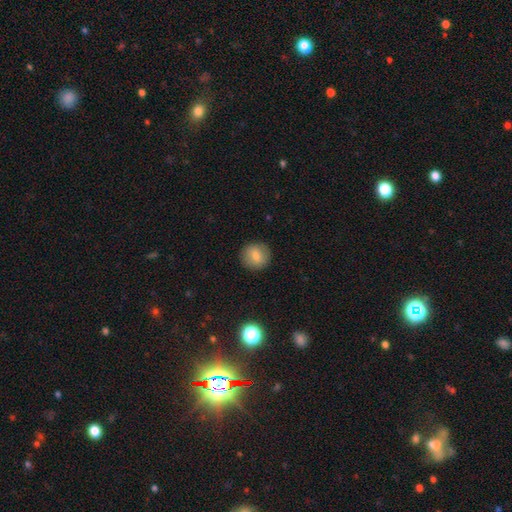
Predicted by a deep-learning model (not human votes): The model was most divided on "smooth or featured": smooth: 78%, featured or disk: 13%, star or artifact: 9%. More confident: how rounded — round (93%); merging — none (91%).